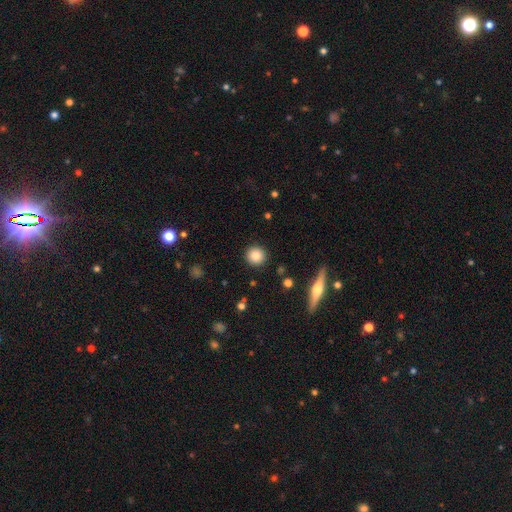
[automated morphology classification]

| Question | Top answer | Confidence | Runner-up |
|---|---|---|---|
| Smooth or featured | smooth | 84% | star or artifact (9%) |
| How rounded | round | 94% | in between (5%) |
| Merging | none | 92% | minor disturbance (5%) |